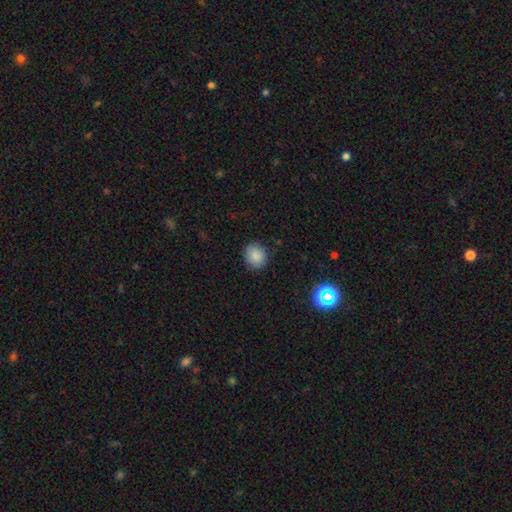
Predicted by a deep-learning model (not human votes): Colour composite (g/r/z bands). It shows a smooth galaxy with no disk features (86%) that is round (72%). Merging: none (88%).